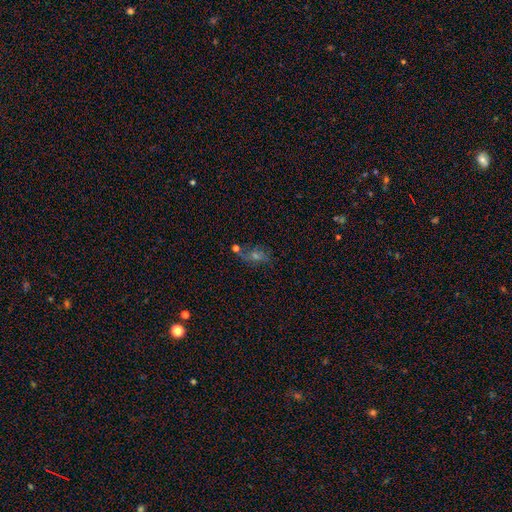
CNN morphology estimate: Overall: featured or disk (37%; smooth 32%). Merging: none (60%).